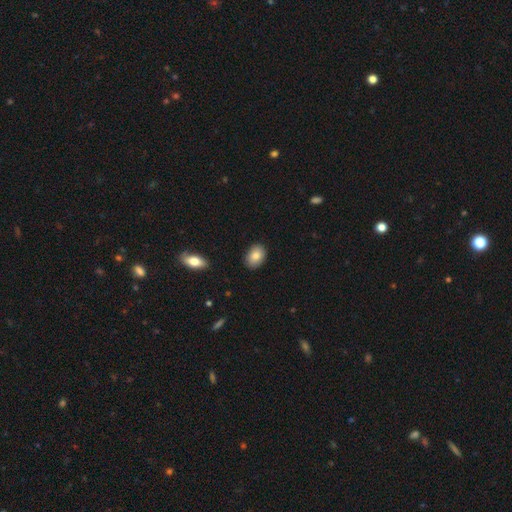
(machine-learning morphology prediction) The model was most divided on "how rounded": in between: 83%, round: 16%, cigar-shaped: 1%. More confident: merging — none (88%); smooth or featured — smooth (83%).